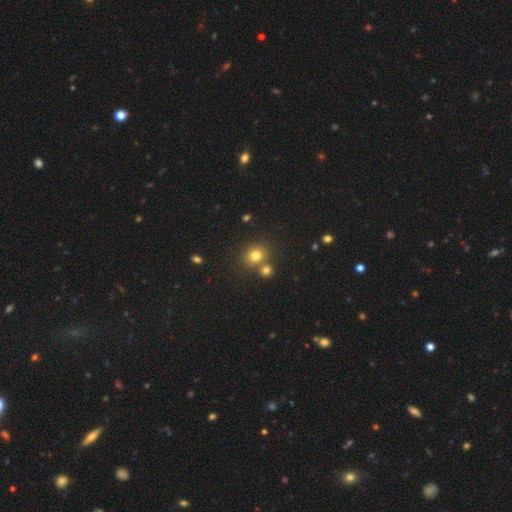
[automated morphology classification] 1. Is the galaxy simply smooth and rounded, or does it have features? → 78% smooth, 14% star or artifact, 8% featured or disk.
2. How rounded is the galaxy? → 73% round, 27% in between, 1% cigar-shaped.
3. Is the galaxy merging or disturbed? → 61% none, 27% merger, 9% minor disturbance, 3% major disturbance.